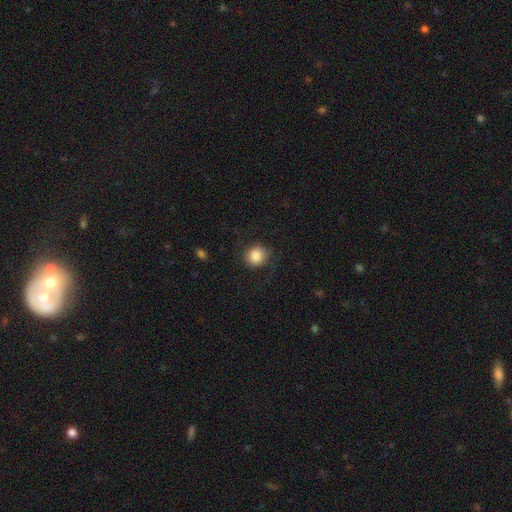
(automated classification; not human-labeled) Smooth or featured: smooth — 86% (star or artifact — 8%)
How rounded: round — 86% (in between — 13%)
Merging: none — 82% (minor disturbance — 11%)